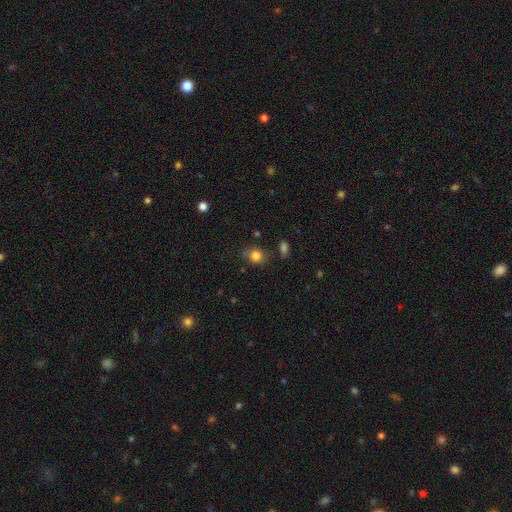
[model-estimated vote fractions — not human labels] This is clearly a smooth galaxy (81%). How rounded: likely round (68%). Merging: likely none (68%).